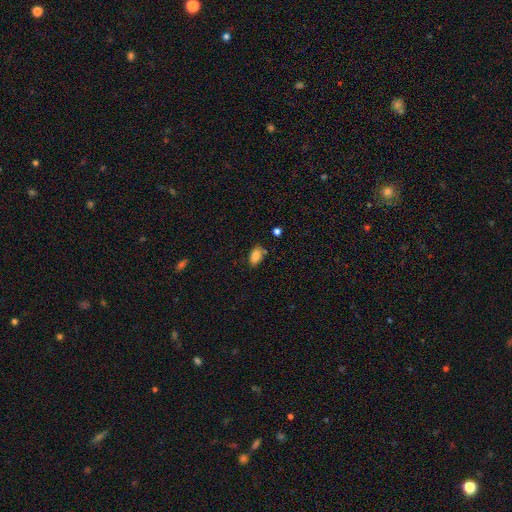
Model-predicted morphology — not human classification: This appears to be a smooth galaxy with no disk features (84%) that is in between round and cigar-shaped (91%). Merging: none (75%).